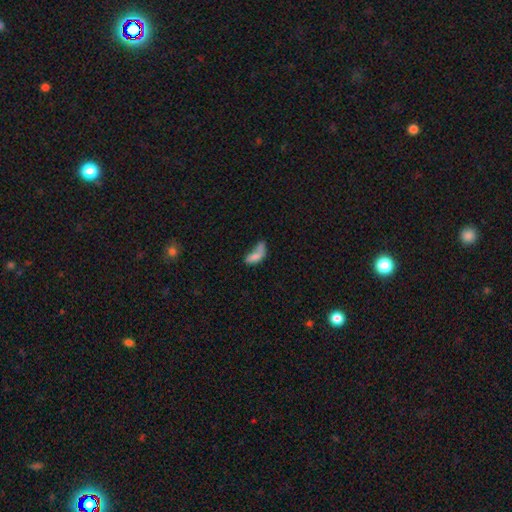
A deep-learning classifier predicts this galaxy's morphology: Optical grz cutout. It shows a smooth galaxy with no disk features (70%) that is in between round and cigar-shaped (79%). Merging: merger (30%).